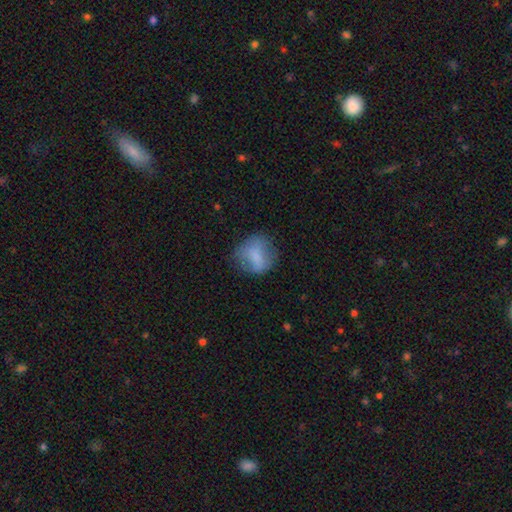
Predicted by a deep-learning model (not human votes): Smooth or featured? smooth (71%)
How rounded? round (71%)
Merging? none (64%)